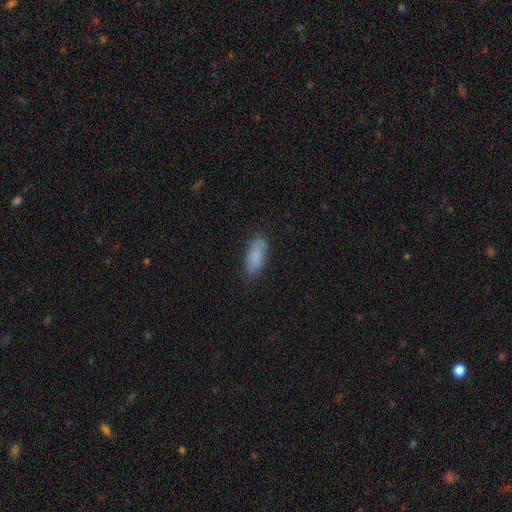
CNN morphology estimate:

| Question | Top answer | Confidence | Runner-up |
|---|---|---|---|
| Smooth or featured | smooth | 85% | featured or disk (8%) |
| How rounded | in between | 81% | cigar-shaped (17%) |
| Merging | none | 77% | minor disturbance (17%) |